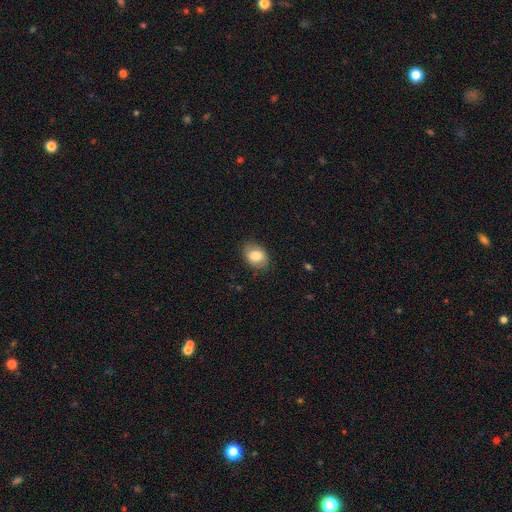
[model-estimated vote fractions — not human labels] Smooth or featured?
  - smooth: 82% *
  - featured or disk: 10%
  - star or artifact: 8%
How rounded?
  - in between: 74% *
  - round: 25%
  - cigar-shaped: 1%
Merging?
  - none: 83% *
  - minor disturbance: 13%
  - major disturbance: 3%
  - merger: 1%